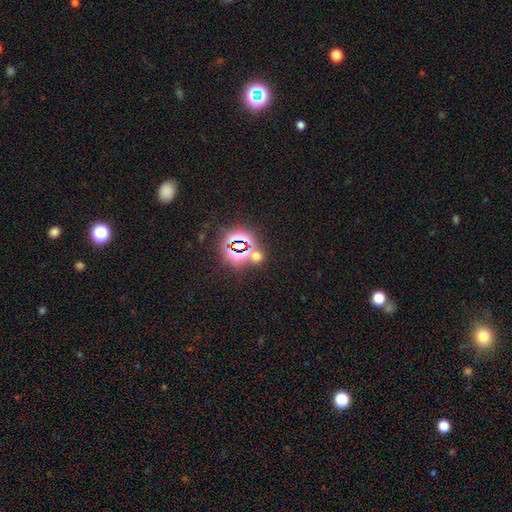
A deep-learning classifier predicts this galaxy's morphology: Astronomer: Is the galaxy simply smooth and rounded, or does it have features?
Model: star or artifact — 57% (runner-up: smooth, 36%).